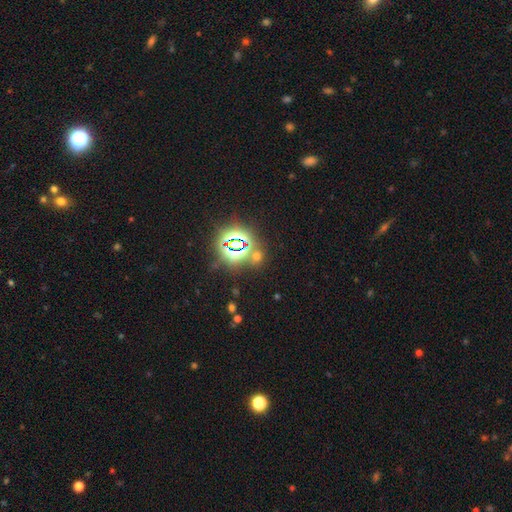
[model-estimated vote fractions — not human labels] The model was most divided on "smooth or featured": star or artifact: 68%, smooth: 24%, featured or disk: 7%.